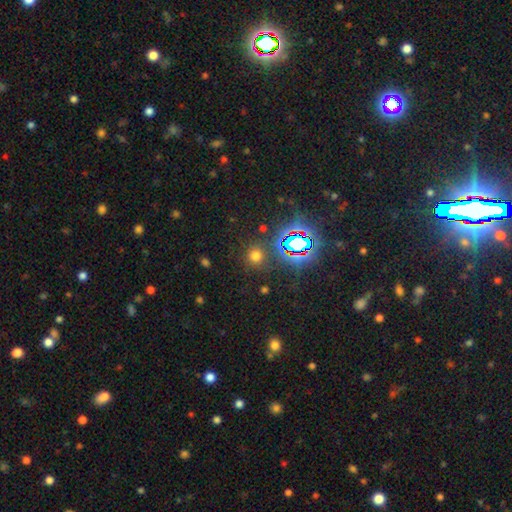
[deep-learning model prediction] Smooth or featured? Predicted: smooth (p=0.58). How rounded? Predicted: round (p=0.91). Merging? Predicted: none (p=0.84).